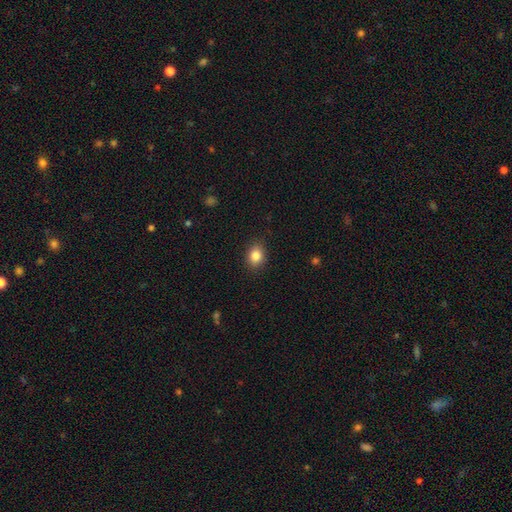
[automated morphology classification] type=smooth (85%); roundness=in between (50%); merging=none (88%).